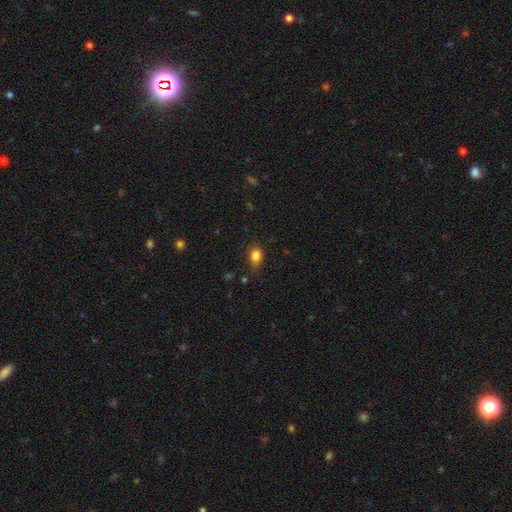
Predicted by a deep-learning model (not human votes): Smooth or featured? Predicted: smooth (p=0.85). How rounded? Predicted: in between (p=0.75). Merging? Predicted: none (p=0.76).